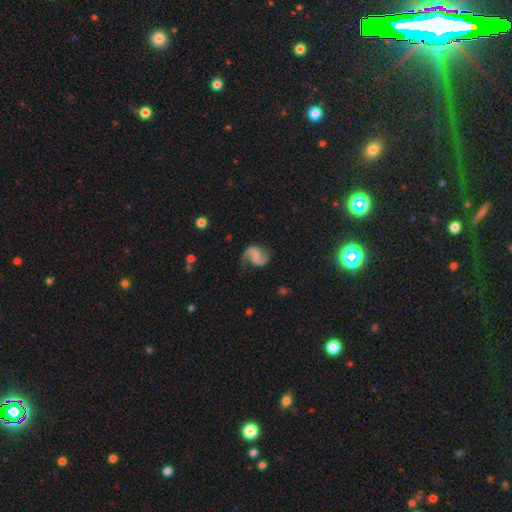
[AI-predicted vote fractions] The model was most divided on "spiral winding": loose: 52%, medium: 39%, tight: 9%. Remaining: edge-on disk — no (98%); spiral arms — yes (97%); spiral arm count — 2 (92%); smooth or featured — featured or disk (84%); merging — none (76%); bulge size — none (65%); bar — no (50%).